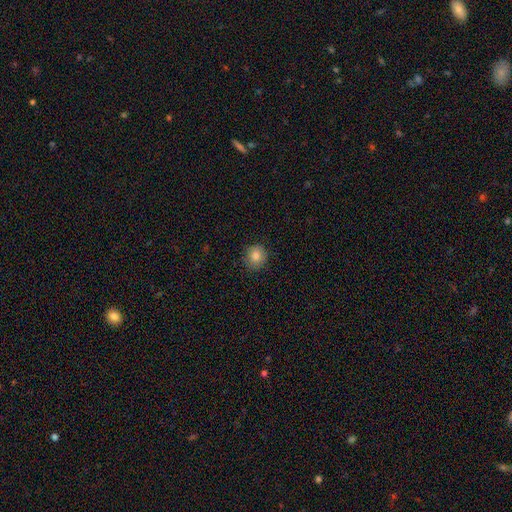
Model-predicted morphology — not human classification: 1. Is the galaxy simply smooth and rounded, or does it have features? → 84% smooth, 10% star or artifact, 6% featured or disk.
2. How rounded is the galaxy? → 79% round, 20% in between, 1% cigar-shaped.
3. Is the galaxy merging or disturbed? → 86% none, 11% minor disturbance, 2% major disturbance, 1% merger.